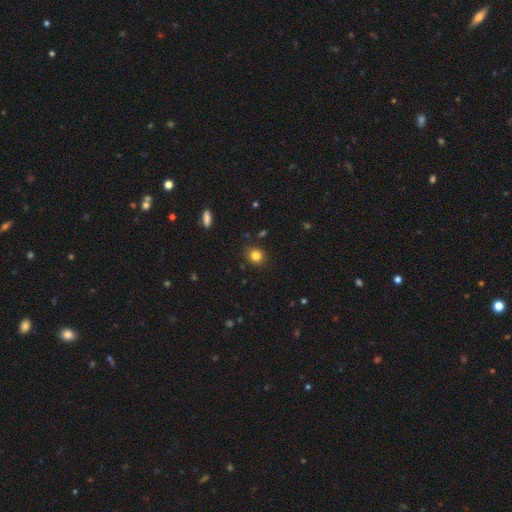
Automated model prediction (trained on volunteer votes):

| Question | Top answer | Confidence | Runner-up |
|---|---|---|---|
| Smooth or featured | smooth | 82% | star or artifact (12%) |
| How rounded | round | 77% | in between (22%) |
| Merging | none | 87% | minor disturbance (9%) |